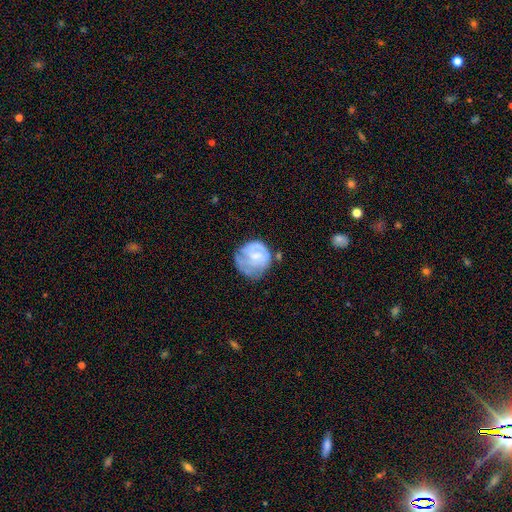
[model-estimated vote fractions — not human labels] smooth-or-featured: featured or disk: 57% | smooth: 36% | star or artifact: 7%
  disk-edge-on: no: 98% | yes: 2%
    bar: no: 57% | weak: 36% | strong: 6%
    has-spiral-arms: yes: 69% | no: 31%
    bulge-size: small: 42% | moderate: 27% | none: 26% | large: 4% | dominant: 1%
  merging: none: 49% | minor disturbance: 28% | major disturbance: 19% | merger: 4%